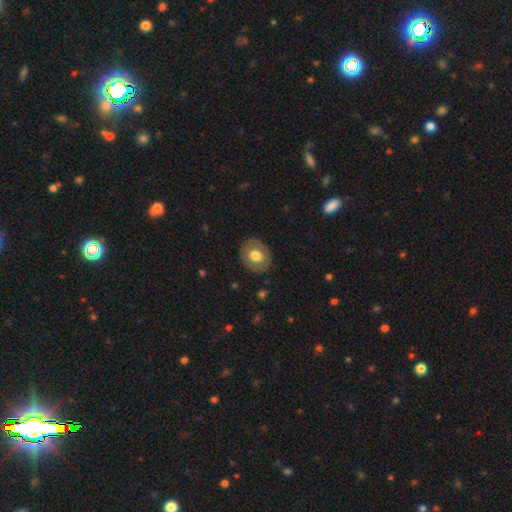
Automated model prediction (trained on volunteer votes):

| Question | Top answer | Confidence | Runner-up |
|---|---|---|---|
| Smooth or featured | smooth | 69% | featured or disk (24%) |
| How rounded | in between | 51% | round (49%) |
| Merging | none | 86% | minor disturbance (10%) |